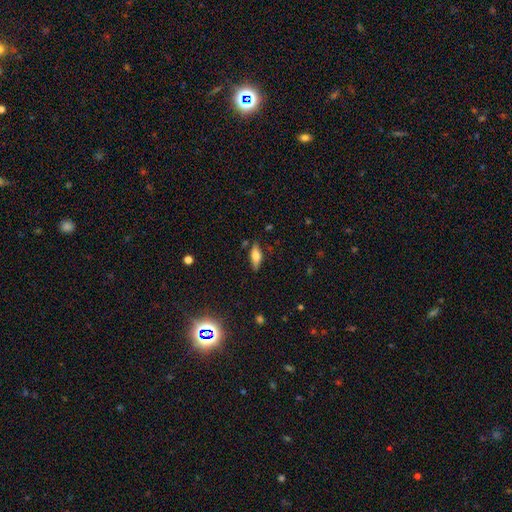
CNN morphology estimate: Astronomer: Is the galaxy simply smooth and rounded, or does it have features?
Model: smooth — 57% (runner-up: featured or disk, 35%).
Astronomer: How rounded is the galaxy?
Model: in between — 64%.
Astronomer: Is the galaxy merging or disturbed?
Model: none — 82%.